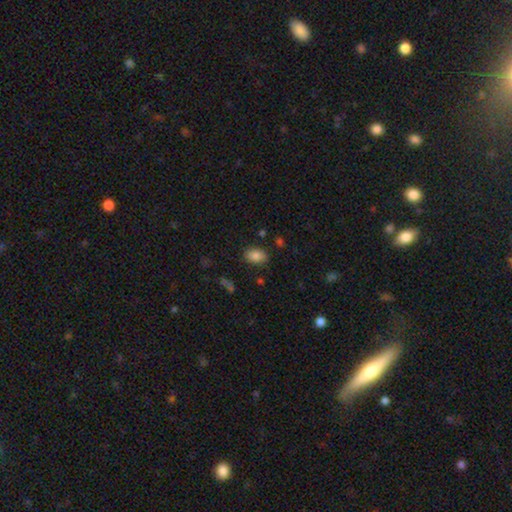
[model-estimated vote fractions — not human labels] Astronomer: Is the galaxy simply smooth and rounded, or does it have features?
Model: smooth — 84%.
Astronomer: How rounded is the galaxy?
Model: in between — 81%.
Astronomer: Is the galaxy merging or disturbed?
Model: none — 83%.